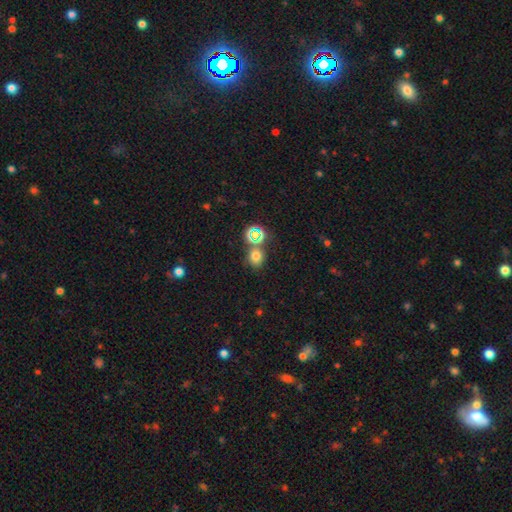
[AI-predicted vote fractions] Smooth or featured?
  - smooth: 67% *
  - star or artifact: 26%
  - featured or disk: 7%
How rounded?
  - round: 73% *
  - in between: 26%
  - cigar-shaped: 1%
Merging?
  - none: 71% *
  - merger: 15%
  - minor disturbance: 10%
  - major disturbance: 4%